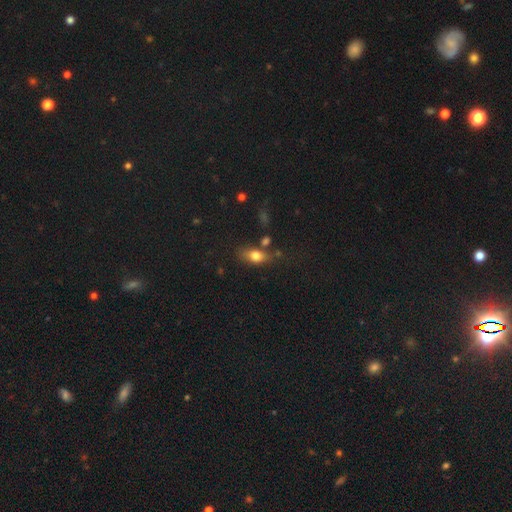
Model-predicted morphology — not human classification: Smooth or featured: smooth — 77% (featured or disk — 14%)
How rounded: in between — 80% (round — 11%)
Merging: none — 62% (minor disturbance — 20%)